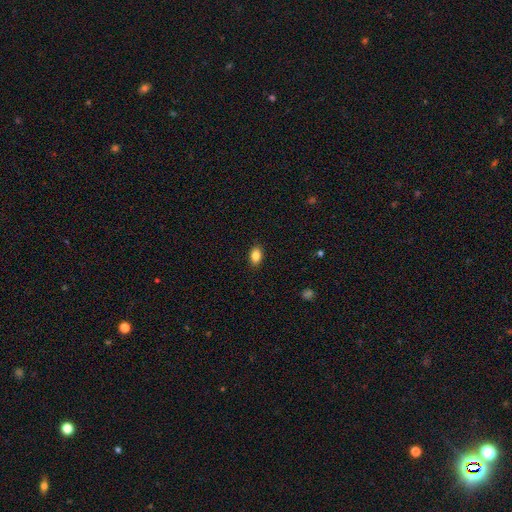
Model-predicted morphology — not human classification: smooth 86%, star or artifact 8%, featured or disk 6%. Down the decision tree: how rounded — in between (86%); merging — none (89%).